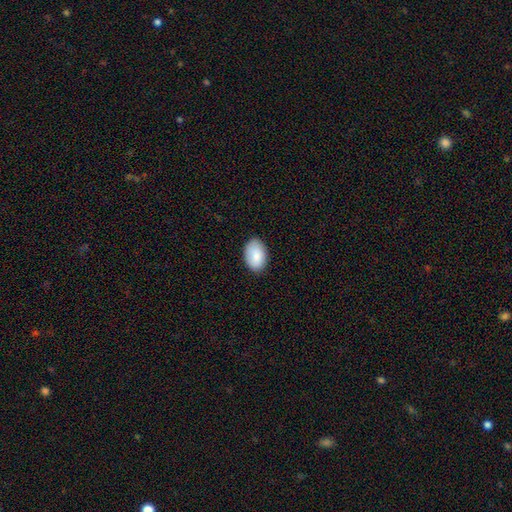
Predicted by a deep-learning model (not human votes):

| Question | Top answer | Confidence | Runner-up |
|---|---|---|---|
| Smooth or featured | smooth | 87% | featured or disk (7%) |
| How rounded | in between | 91% | round (8%) |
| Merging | none | 84% | minor disturbance (13%) |